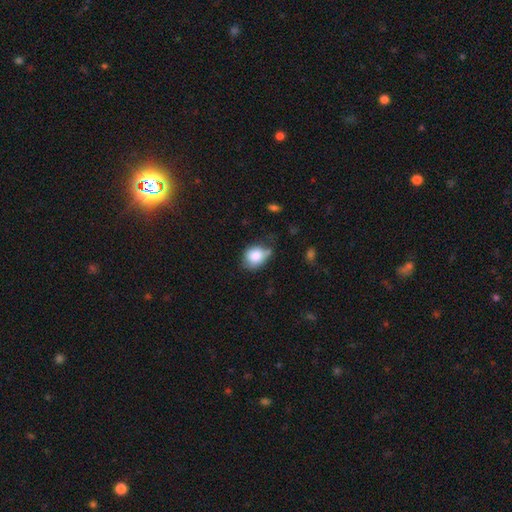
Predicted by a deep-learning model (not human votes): smooth 84%, star or artifact 8%, featured or disk 8%. Down the decision tree: how rounded — round (62%); merging — none (51%).